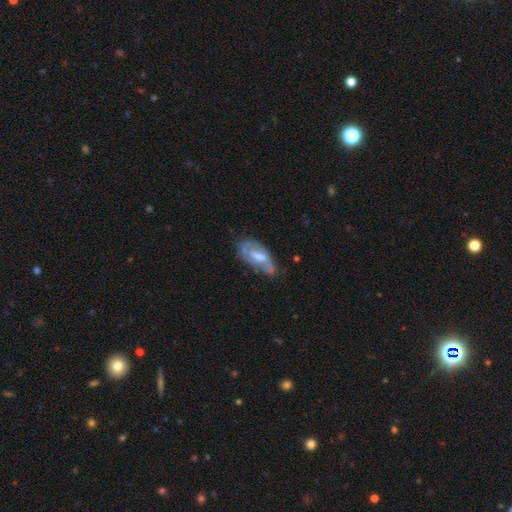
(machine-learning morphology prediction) A featured or disk galaxy (55%).

Vote fractions:
- Smooth or featured? featured or disk: 55% / smooth: 37% / star or artifact: 8%
- Edge-on disk? no: 88% / yes: 12%
- Merging? none: 50% / minor disturbance: 31% / major disturbance: 15% / merger: 4%